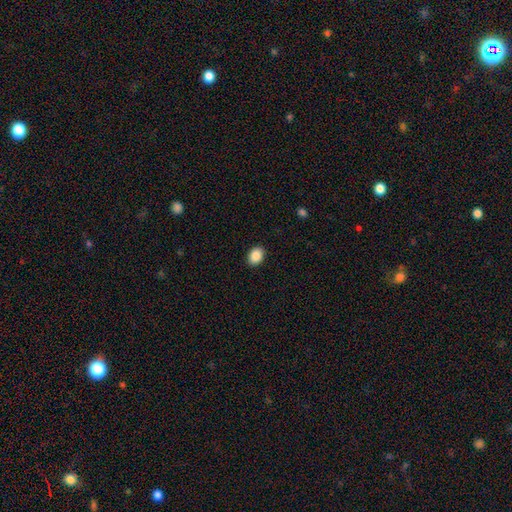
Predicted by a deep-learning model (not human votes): Morphology: type=smooth (88%); roundness=in between (71%); merging=none (91%).